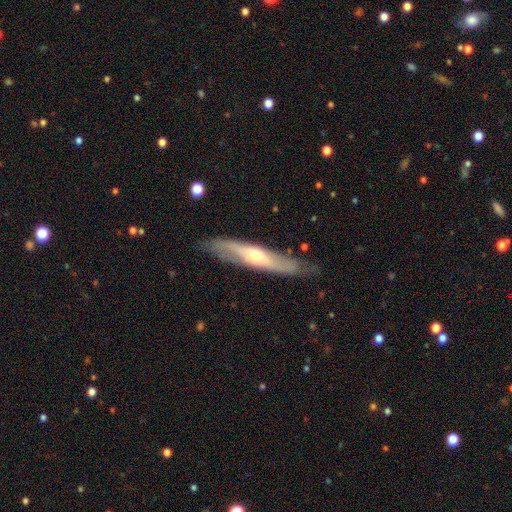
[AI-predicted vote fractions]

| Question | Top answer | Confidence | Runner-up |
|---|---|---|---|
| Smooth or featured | featured or disk | 59% | smooth (36%) |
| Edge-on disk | yes | 64% | no (36%) |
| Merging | none | 77% | minor disturbance (17%) |